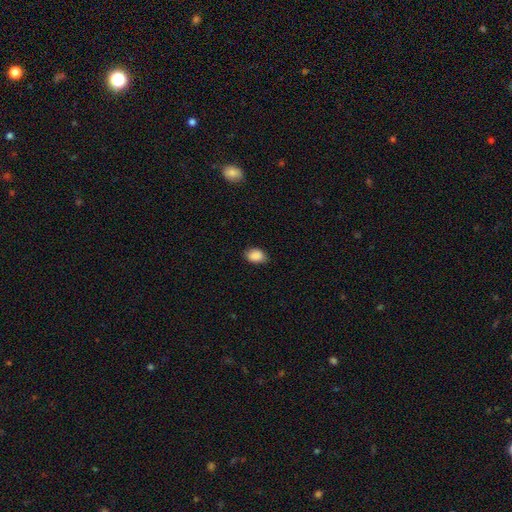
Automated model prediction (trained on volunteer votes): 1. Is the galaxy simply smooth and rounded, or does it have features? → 89% smooth, 7% star or artifact, 4% featured or disk.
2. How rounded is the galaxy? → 81% in between, 17% round, 1% cigar-shaped.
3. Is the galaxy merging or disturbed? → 82% none, 14% minor disturbance, 3% major disturbance, 1% merger.